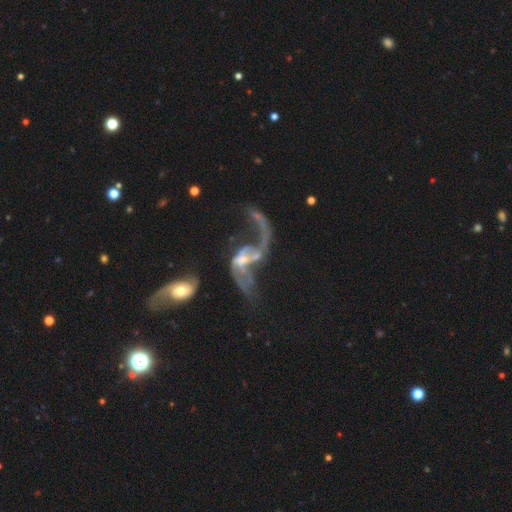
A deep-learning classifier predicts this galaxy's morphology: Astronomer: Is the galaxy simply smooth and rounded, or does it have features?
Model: featured or disk — 79%.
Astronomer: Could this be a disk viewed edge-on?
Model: no — 96%.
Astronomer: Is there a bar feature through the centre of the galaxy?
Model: no — 51% (runner-up: weak, 35%).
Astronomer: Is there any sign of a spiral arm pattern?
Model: yes — 74%.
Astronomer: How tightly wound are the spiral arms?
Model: loose — 87%.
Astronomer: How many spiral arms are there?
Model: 2 — 56%.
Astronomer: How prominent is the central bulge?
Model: small — 49% (runner-up: moderate, 30%).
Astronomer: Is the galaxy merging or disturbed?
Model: merger — 41% (runner-up: major disturbance, 36%).